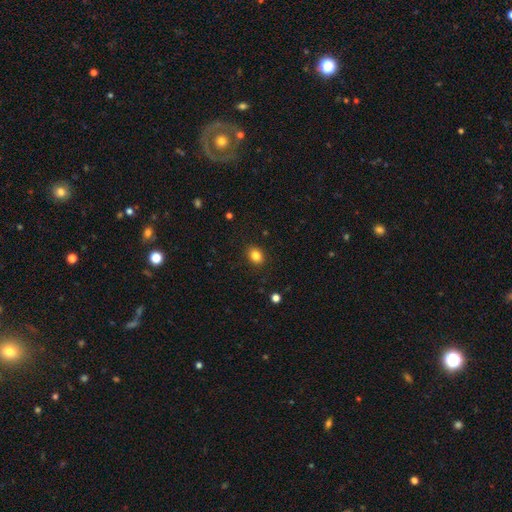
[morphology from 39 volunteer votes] This is clearly a smooth galaxy (85%). How rounded: likely in between (64%). Merging: clearly none (92%).